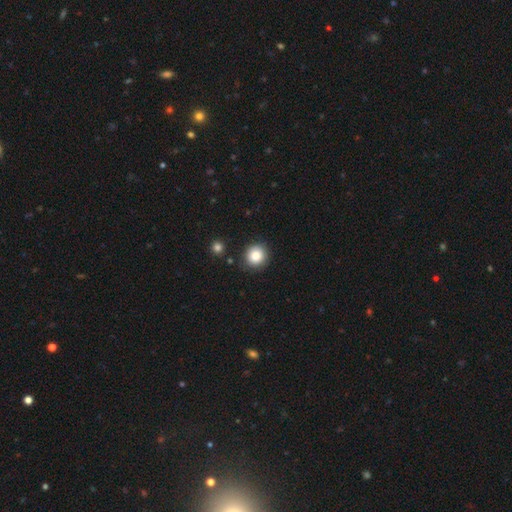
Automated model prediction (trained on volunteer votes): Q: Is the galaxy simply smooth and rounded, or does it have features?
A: smooth — 84%.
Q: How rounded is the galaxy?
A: round — 91%.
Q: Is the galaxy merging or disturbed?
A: none — 86%.